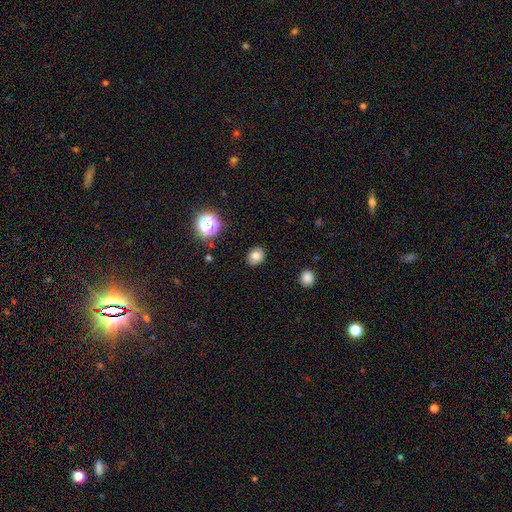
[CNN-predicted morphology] This is likely a smooth galaxy (78%). How rounded: possibly in between (54%). Merging: clearly none (87%).